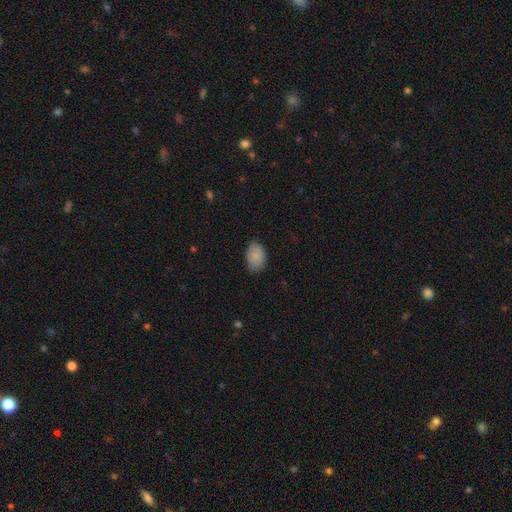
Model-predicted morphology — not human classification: Smooth or featured? Predicted: smooth (p=0.86). How rounded? Predicted: in between (p=0.86). Merging? Predicted: none (p=0.77).